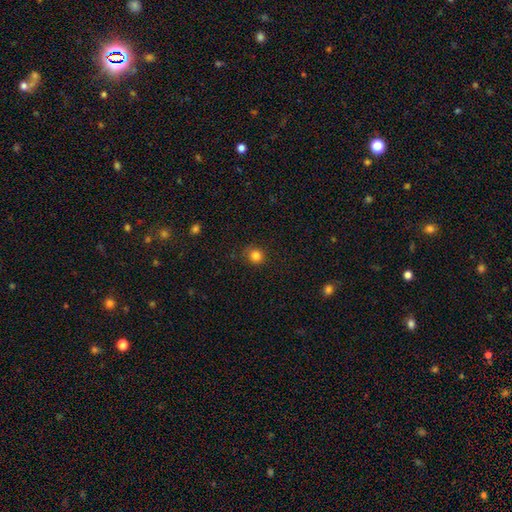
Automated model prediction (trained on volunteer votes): smooth-or-featured: smooth: 83% | star or artifact: 12% | featured or disk: 5%
  how-rounded: round: 88% | in between: 11% | cigar-shaped: 1%
  merging: none: 84% | minor disturbance: 12% | major disturbance: 3% | merger: 1%